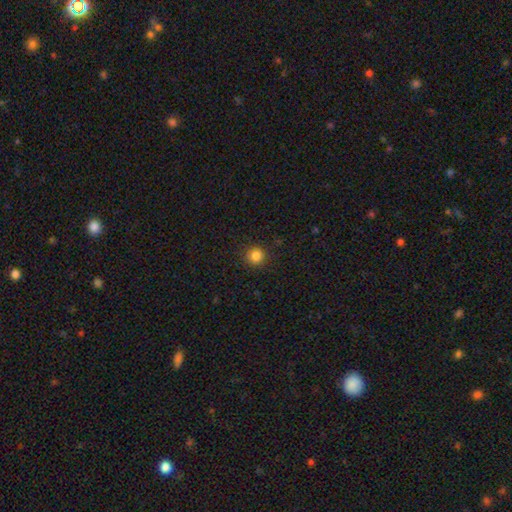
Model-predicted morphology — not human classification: smooth-or-featured: smooth: 85% | star or artifact: 12% | featured or disk: 3%
  how-rounded: round: 94% | in between: 6% | cigar-shaped: 1%
  merging: none: 91% | minor disturbance: 6% | major disturbance: 2% | merger: 1%